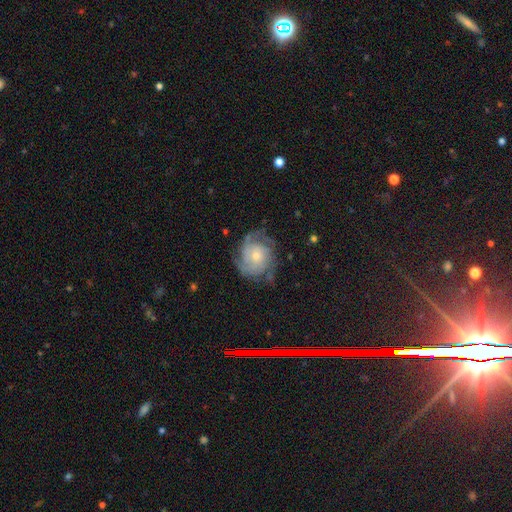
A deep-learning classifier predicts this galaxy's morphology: Smooth or featured? Predicted: featured or disk (p=0.72). Edge-on disk? Predicted: no (p=0.97). Bar? Predicted: no (p=0.78). Spiral arms? Predicted: yes (p=0.86). Spiral winding? Predicted: tight (p=0.51). Spiral arm count? Predicted: can't tell (p=0.37). Bulge size? Predicted: small (p=0.59). Merging? Predicted: none (p=0.60).